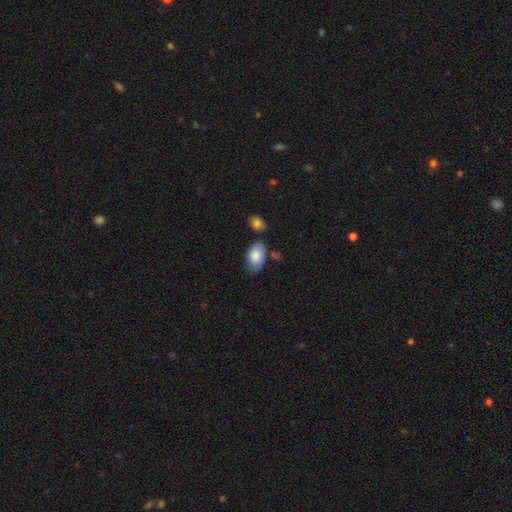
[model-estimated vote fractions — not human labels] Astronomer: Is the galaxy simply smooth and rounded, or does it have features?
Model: smooth — 82%.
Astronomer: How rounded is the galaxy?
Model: in between — 93%.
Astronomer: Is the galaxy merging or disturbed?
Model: none — 58%.